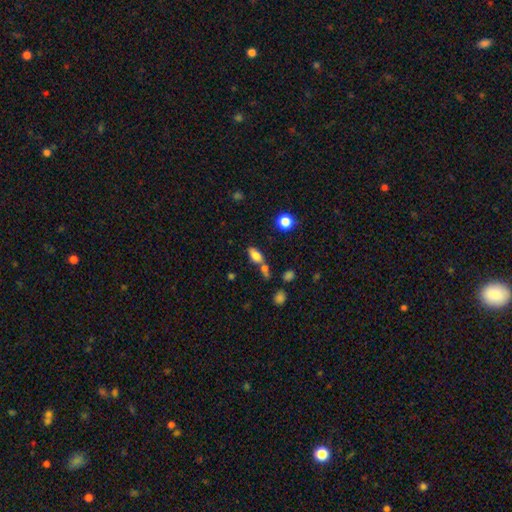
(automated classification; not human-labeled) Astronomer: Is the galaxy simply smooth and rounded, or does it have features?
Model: smooth — 77%.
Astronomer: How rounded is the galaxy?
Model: in between — 84%.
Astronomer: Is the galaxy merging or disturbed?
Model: none — 57%.